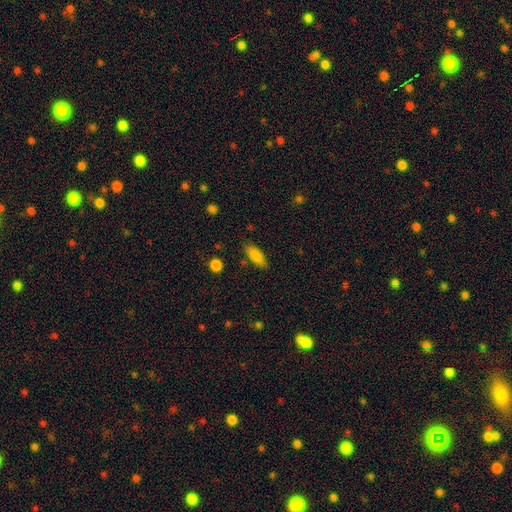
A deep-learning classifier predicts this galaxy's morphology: smooth-or-featured: smooth: 85% | star or artifact: 8% | featured or disk: 7%
  how-rounded: in between: 72% | cigar-shaped: 26% | round: 2%
  merging: none: 80% | minor disturbance: 14% | major disturbance: 3% | merger: 2%